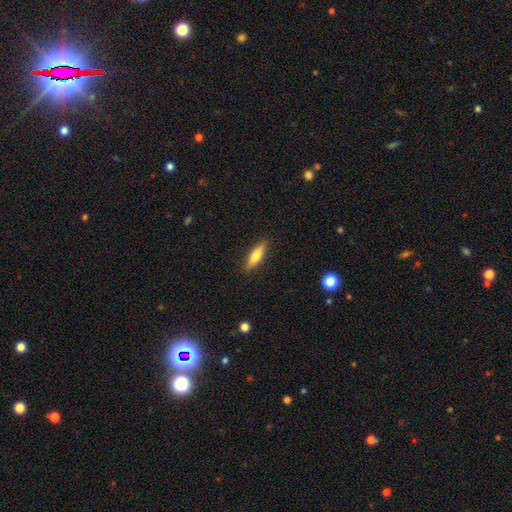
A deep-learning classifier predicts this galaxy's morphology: Overall: smooth (66%; featured or disk 28%). How rounded: cigar-shaped (63%; in between 35%). Merging: none (89%).